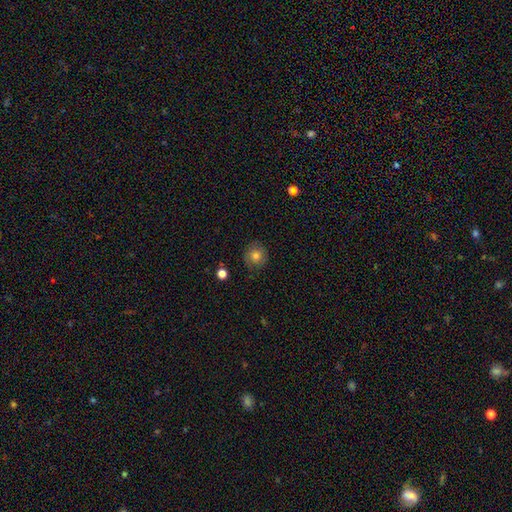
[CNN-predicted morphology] This appears to be a smooth galaxy with no disk features (78%) that is round (90%). Merging: none (82%).